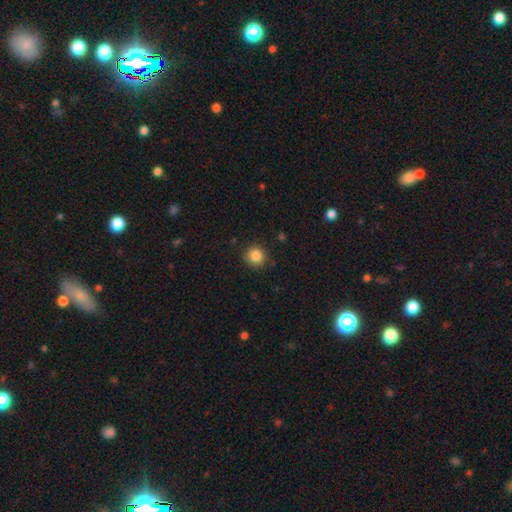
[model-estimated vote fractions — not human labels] A smooth galaxy with no disk features (85%) that is round (93%). Merging: none (89%).